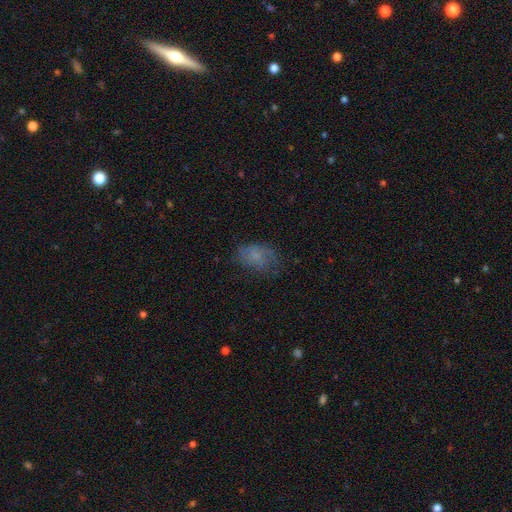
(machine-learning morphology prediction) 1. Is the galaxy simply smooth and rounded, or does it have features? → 64% smooth, 23% featured or disk, 13% star or artifact.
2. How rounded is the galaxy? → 84% in between, 14% round, 2% cigar-shaped.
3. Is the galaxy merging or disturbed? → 54% none, 26% minor disturbance, 18% major disturbance, 2% merger.